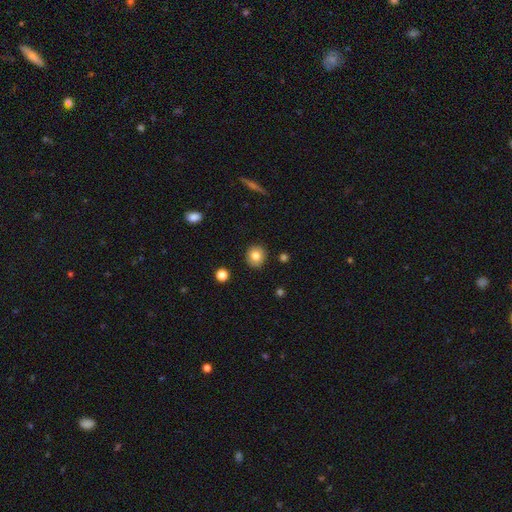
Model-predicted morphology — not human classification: This is clearly a smooth galaxy (81%). How rounded: clearly round (85%). Merging: clearly none (89%).